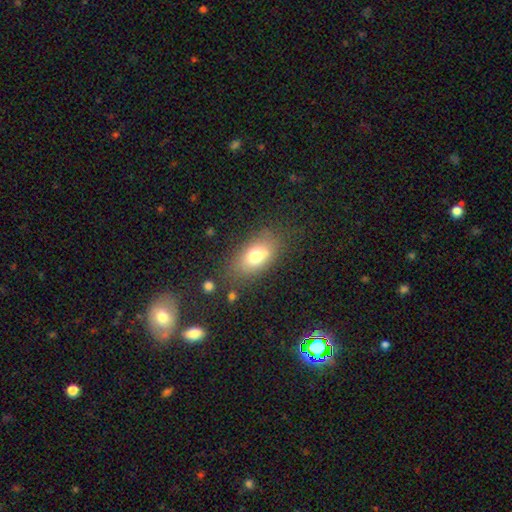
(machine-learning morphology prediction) smooth-or-featured: smooth: 72% | featured or disk: 18% | star or artifact: 10%
  how-rounded: in between: 86% | round: 10% | cigar-shaped: 4%
  merging: none: 67% | minor disturbance: 19% | major disturbance: 8% | merger: 6%